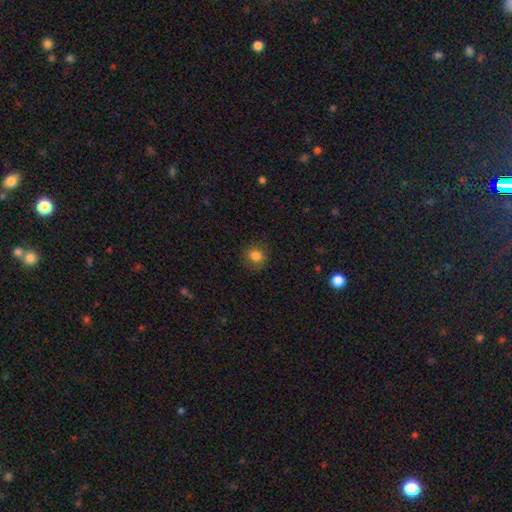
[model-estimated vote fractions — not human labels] Smooth or featured: smooth — 83% (star or artifact — 12%)
How rounded: round — 78% (in between — 21%)
Merging: none — 84% (minor disturbance — 11%)